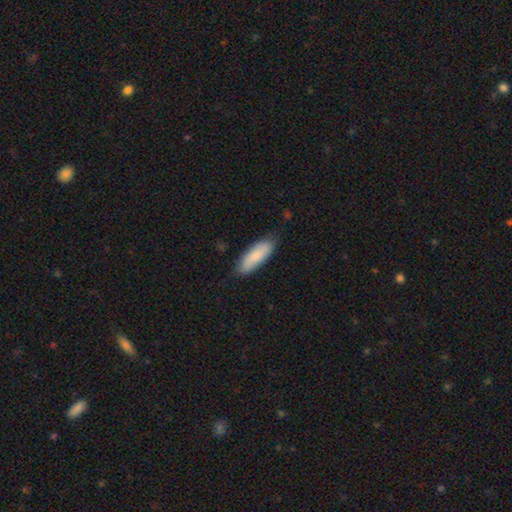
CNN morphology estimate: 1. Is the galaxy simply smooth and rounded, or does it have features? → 83% smooth, 12% featured or disk, 6% star or artifact.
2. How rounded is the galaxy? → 62% in between, 36% cigar-shaped, 2% round.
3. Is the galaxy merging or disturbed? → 77% none, 18% minor disturbance, 3% major disturbance, 1% merger.